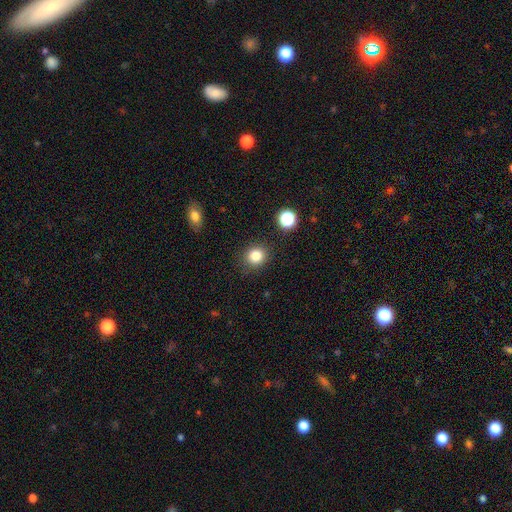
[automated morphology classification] The model was most divided on "how rounded": round: 79%, in between: 20%, cigar-shaped: 1%. More confident: merging — none (87%); smooth or featured — smooth (83%).